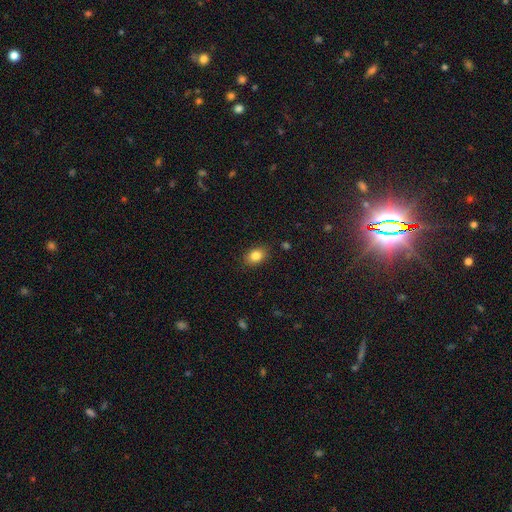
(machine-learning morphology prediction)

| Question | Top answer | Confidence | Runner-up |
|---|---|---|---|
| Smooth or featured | smooth | 84% | star or artifact (9%) |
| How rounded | in between | 77% | round (21%) |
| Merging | none | 86% | minor disturbance (10%) |